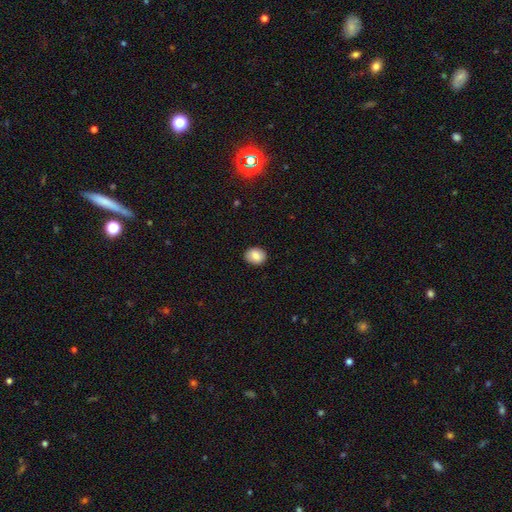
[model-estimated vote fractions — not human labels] Smooth or featured?
  - smooth: 83% *
  - featured or disk: 9%
  - star or artifact: 8%
How rounded?
  - round: 55% *
  - in between: 44%
  - cigar-shaped: 1%
Merging?
  - none: 88% *
  - minor disturbance: 9%
  - major disturbance: 2%
  - merger: 1%